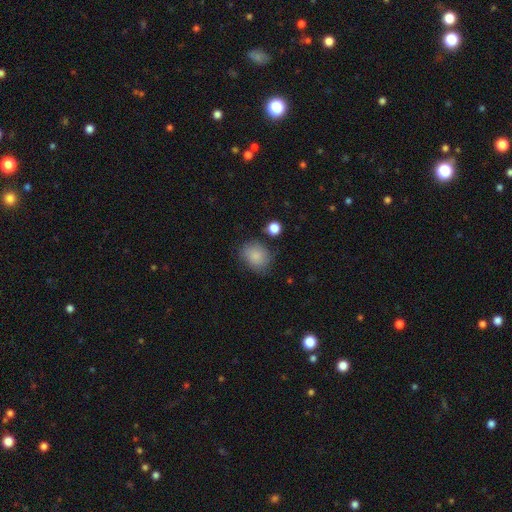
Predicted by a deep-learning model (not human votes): smooth_or_featured: smooth (p=0.85) [alt: star or artifact p=0.08]
how_rounded: round (p=0.53) [alt: in between p=0.46]
merging: none (p=0.69) [alt: minor disturbance p=0.21]